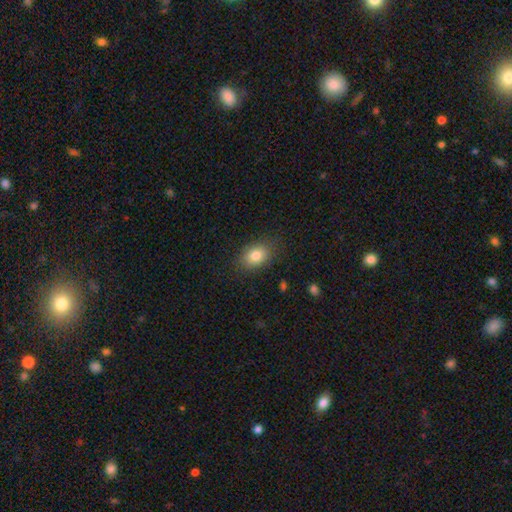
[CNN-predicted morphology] Smooth or featured?
  - smooth: 83% *
  - featured or disk: 9%
  - star or artifact: 9%
How rounded?
  - in between: 75% *
  - round: 23%
  - cigar-shaped: 1%
Merging?
  - none: 82% *
  - minor disturbance: 13%
  - major disturbance: 4%
  - merger: 1%